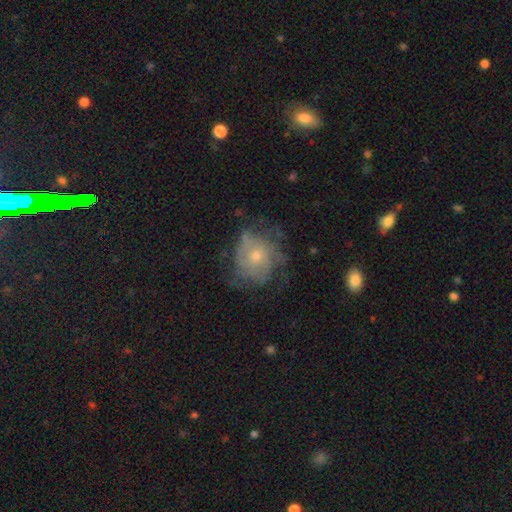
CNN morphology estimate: Smooth or featured: featured or disk — 64% (smooth — 27%)
Edge-on disk: no — 97% (yes — 3%)
Bar: no — 83% (weak — 15%)
Spiral arms: yes — 73% (no — 27%)
Bulge size: small — 52% (moderate — 43%)
Merging: none — 55% (minor disturbance — 25%)